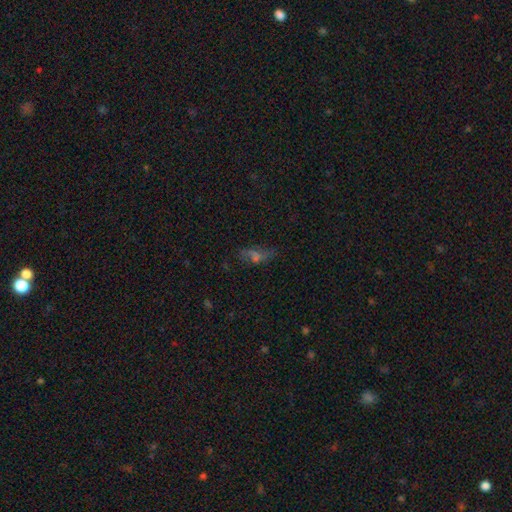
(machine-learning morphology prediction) Q: Smooth or featured?
A: featured or disk (37%); tied with: smooth (37%)
Q: Merging?
A: none (61%); runner-up: minor disturbance (21%)